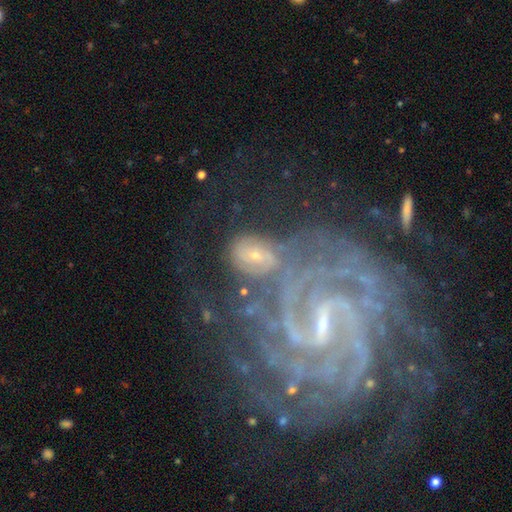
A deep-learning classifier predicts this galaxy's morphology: Smooth or featured? featured or disk (65%)
Edge-on disk? no (96%)
Bar? weak (37%)
Spiral arms? yes (92%)
Spiral winding? tight (69%)
Spiral arm count? can't tell (27%)
Bulge size? small (63%)
Merging? none (54%)